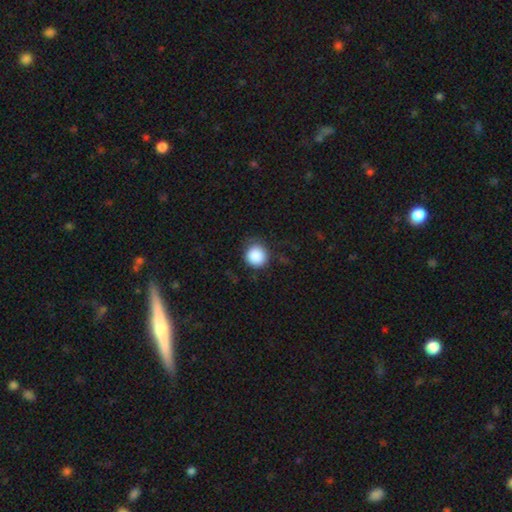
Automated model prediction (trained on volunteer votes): A smooth galaxy with no disk features (88%) that is round (92%).

Vote fractions:
- Smooth or featured? smooth: 88% / star or artifact: 8% / featured or disk: 4%
- How rounded? round: 92% / in between: 7% / cigar-shaped: 1%
- Merging? none: 78% / minor disturbance: 15% / major disturbance: 5% / merger: 1%